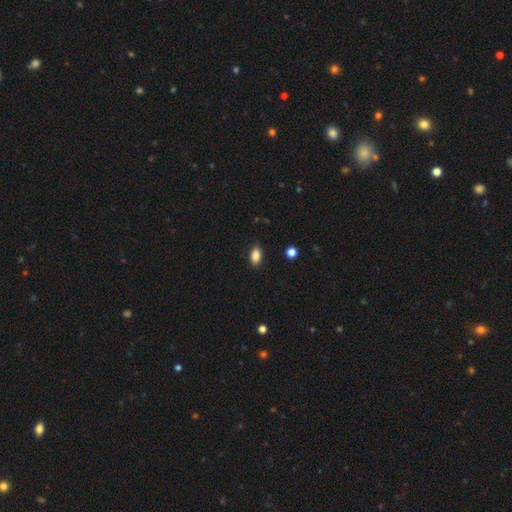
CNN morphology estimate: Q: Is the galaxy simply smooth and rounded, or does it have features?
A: smooth — 85%.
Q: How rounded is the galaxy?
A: in between — 89%.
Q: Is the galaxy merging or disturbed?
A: none — 88%.